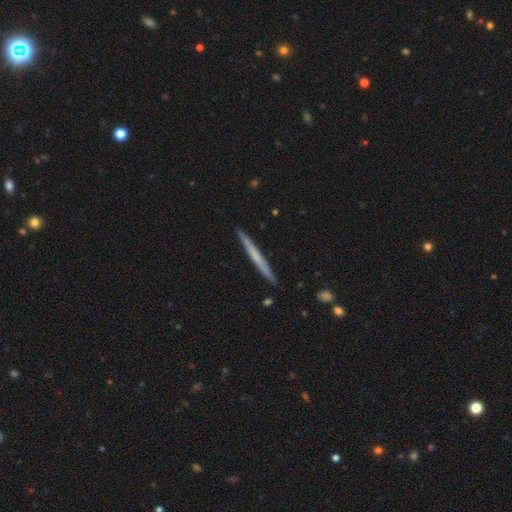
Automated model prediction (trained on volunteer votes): smooth 50%, featured or disk 44%, star or artifact 5%. Down the decision tree: how rounded — cigar-shaped (97%); merging — none (92%).